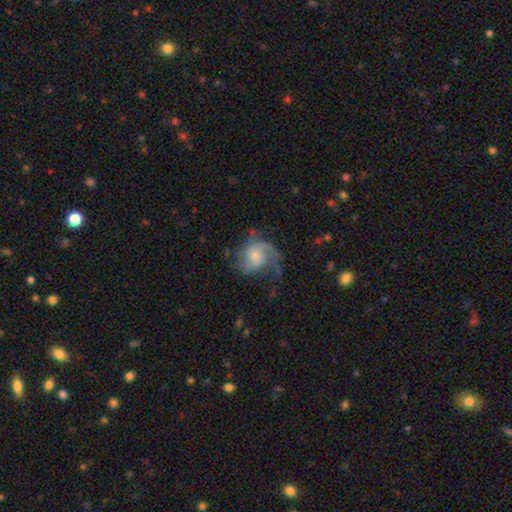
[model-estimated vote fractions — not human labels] Morphology: type=featured or disk (72%); edge-on=no (98%); bar=no (66%); spiral arms=yes (91%); winding=loose (43%); arm count=2 (40%); bulge=small (46%); merging=none (40%).